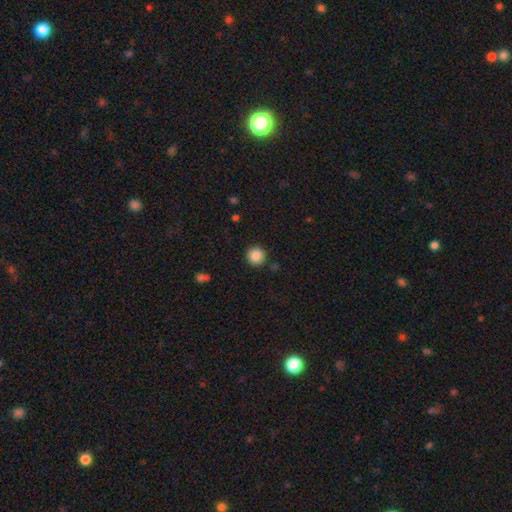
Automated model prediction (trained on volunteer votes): smooth-or-featured: smooth: 87% | star or artifact: 9% | featured or disk: 4%
  how-rounded: round: 95% | in between: 4% | cigar-shaped: 1%
  merging: none: 90% | minor disturbance: 7% | major disturbance: 2% | merger: 2%